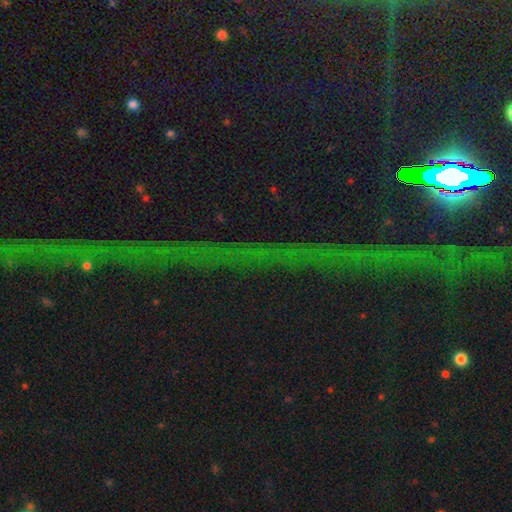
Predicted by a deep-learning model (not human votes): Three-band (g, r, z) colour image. It shows a star or artifact, not a galaxy (85%).